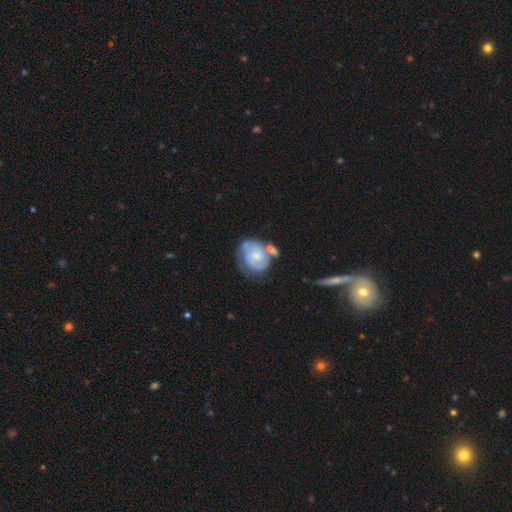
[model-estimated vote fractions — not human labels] smooth_or_featured: featured or disk (p=0.65) [alt: smooth p=0.30]
disk_edge_on: no (p=0.97) [alt: yes p=0.03]
bar: no (p=0.69) [alt: weak p=0.27]
has_spiral_arms: yes (p=0.81) [alt: no p=0.19]
spiral_winding: tight (p=0.53) [alt: medium p=0.35]
spiral_arm_count: 2 (p=0.51) [alt: can't tell p=0.28]
bulge_size: small (p=0.49) [alt: moderate p=0.39]
merging: none (p=0.41) [alt: minor disturbance p=0.23]